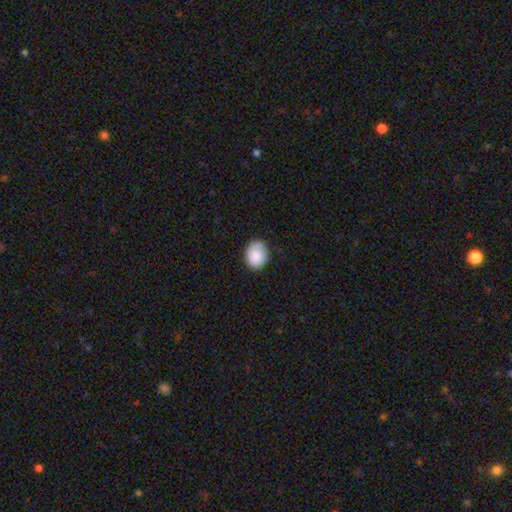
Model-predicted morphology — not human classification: type=smooth (86%); roundness=round (52%); merging=none (80%).